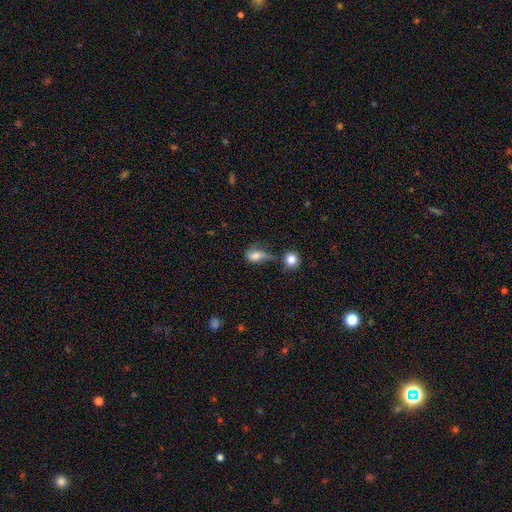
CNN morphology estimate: A smooth galaxy with no disk features (62%) that is in between round and cigar-shaped (68%).

Vote fractions:
- Smooth or featured? smooth: 62% / featured or disk: 26% / star or artifact: 12%
- How rounded? in between: 68% / round: 24% / cigar-shaped: 9%
- Merging? major disturbance: 30% / none: 28% / minor disturbance: 23% / merger: 19%